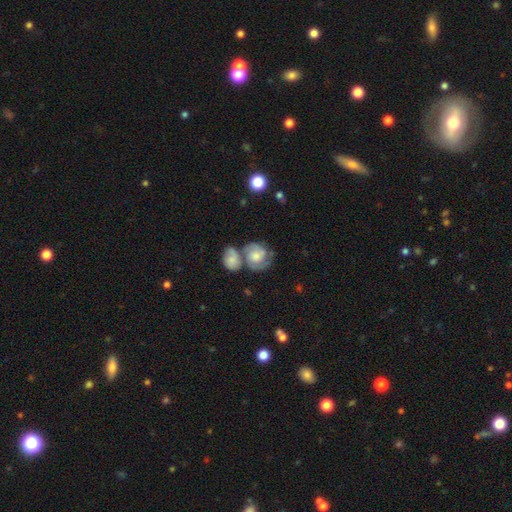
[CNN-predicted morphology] A featured or disk galaxy (68%) with no bar (71%), 2 (64%) tight (52%) spiral arms (89%) and a moderate central bulge (51%). Merging: merger (41%).